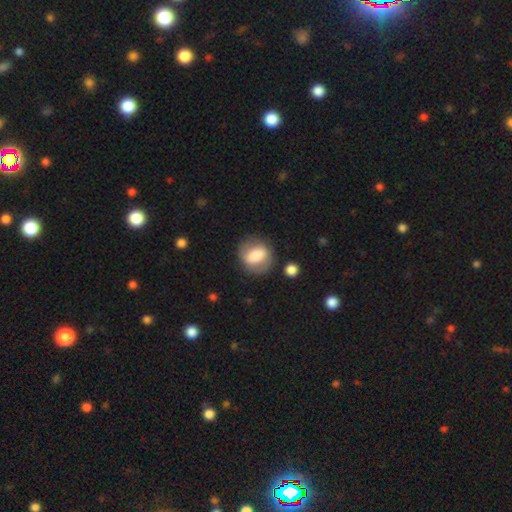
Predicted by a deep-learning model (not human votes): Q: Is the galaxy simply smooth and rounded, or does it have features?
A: smooth — 56%.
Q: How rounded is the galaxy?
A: round — 58%.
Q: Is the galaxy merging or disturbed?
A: none — 77%.